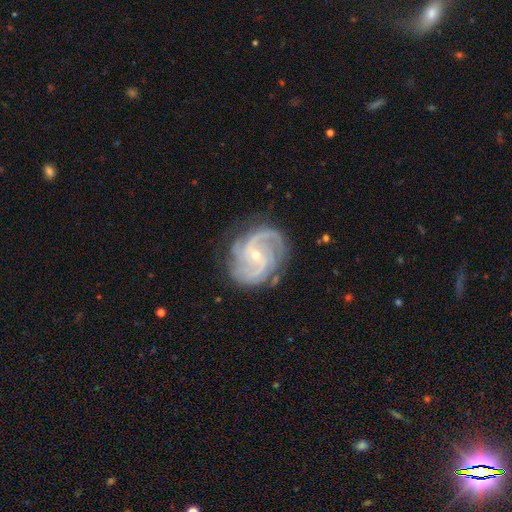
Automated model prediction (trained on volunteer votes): Q: Smooth or featured?
A: featured or disk (92%); runner-up: star or artifact (5%)
Q: Edge-on disk?
A: no (98%); runner-up: yes (2%)
Q: Bar?
A: no (53%); runner-up: weak (35%)
Q: Spiral arms?
A: yes (98%); runner-up: no (2%)
Q: Spiral winding?
A: medium (46%); runner-up: tight (45%)
Q: Spiral arm count?
A: 3 (34%); runner-up: 2 (30%)
Q: Bulge size?
A: small (71%); runner-up: moderate (27%)
Q: Merging?
A: none (77%); runner-up: minor disturbance (16%)